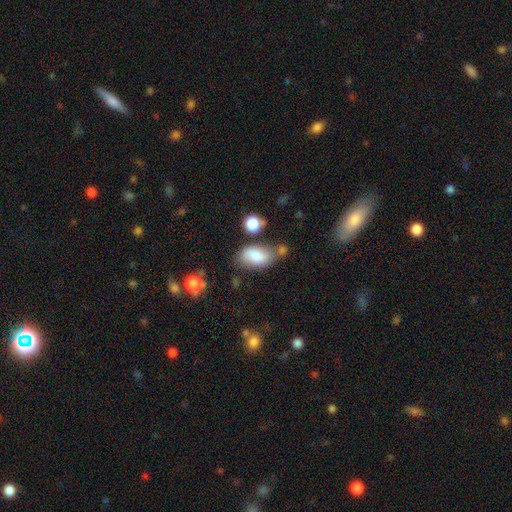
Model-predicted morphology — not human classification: smooth-or-featured: smooth: 79% | featured or disk: 13% | star or artifact: 8%
  how-rounded: in between: 92% | round: 6% | cigar-shaped: 2%
  merging: none: 53% | minor disturbance: 25% | merger: 15% | major disturbance: 8%